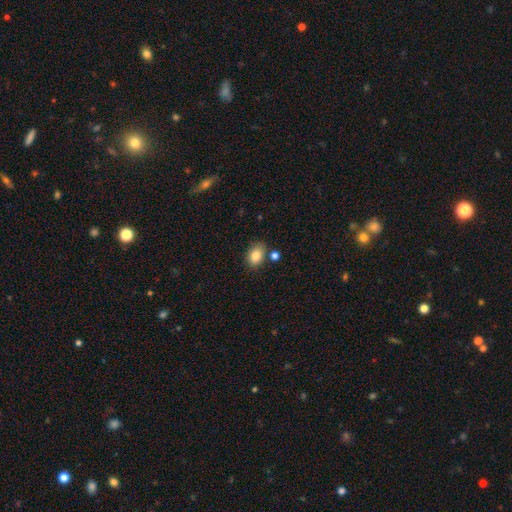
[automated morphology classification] Overall: smooth (84%). How rounded: in between (79%). Merging: none (75%).